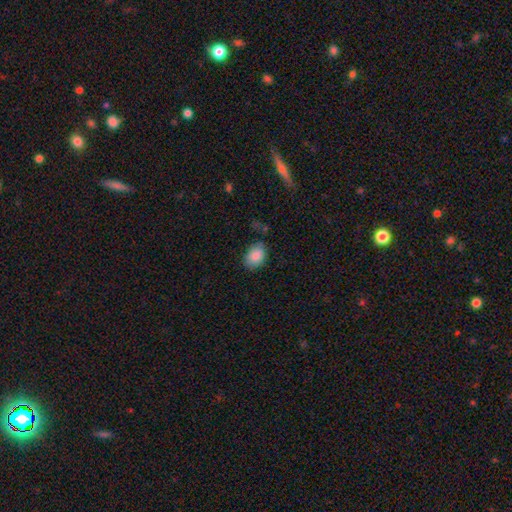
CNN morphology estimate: A smooth galaxy with no disk features (86%) that is in between round and cigar-shaped (83%). Merging: none (75%).